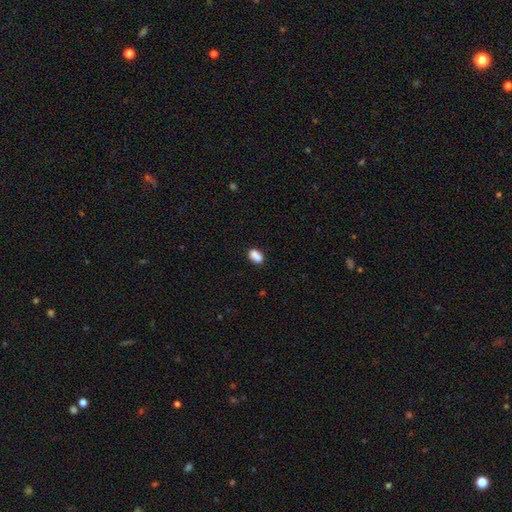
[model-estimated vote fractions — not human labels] The model was most divided on "merging": none: 71%, minor disturbance: 15%, merger: 10%, major disturbance: 4%. More confident: how rounded — in between (88%); smooth or featured — smooth (85%).